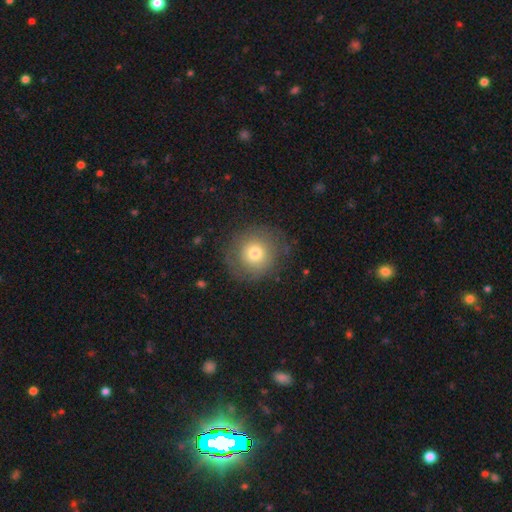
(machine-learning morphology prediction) smooth-or-featured: smooth: 69% | featured or disk: 21% | star or artifact: 11%
  how-rounded: round: 91% | in between: 8% | cigar-shaped: 1%
  merging: none: 79% | minor disturbance: 13% | major disturbance: 7% | merger: 1%